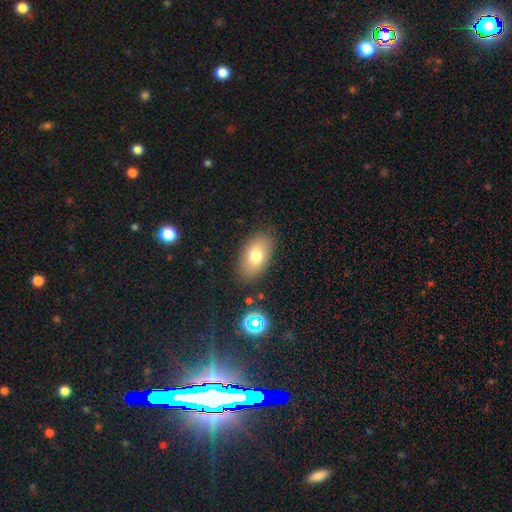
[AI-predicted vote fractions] smooth 75%, featured or disk 15%, star or artifact 9%. Down the decision tree: how rounded — in between (92%); merging — none (84%).